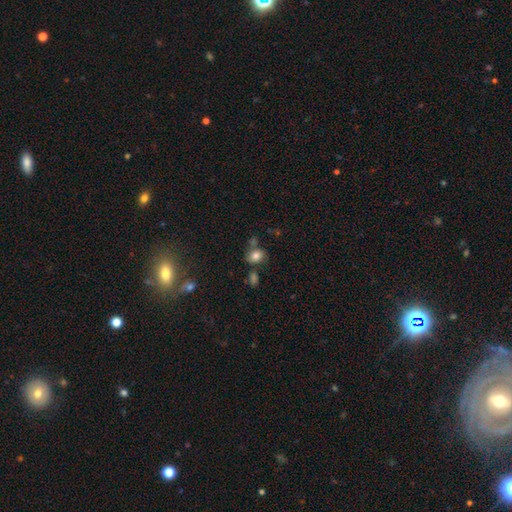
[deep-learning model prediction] A smooth galaxy with no disk features (79%) that is in between round and cigar-shaped (61%).

Vote fractions:
- Smooth or featured? smooth: 79% / star or artifact: 11% / featured or disk: 10%
- How rounded? in between: 61% / round: 38% / cigar-shaped: 1%
- Merging? none: 63% / minor disturbance: 16% / merger: 15% / major disturbance: 6%